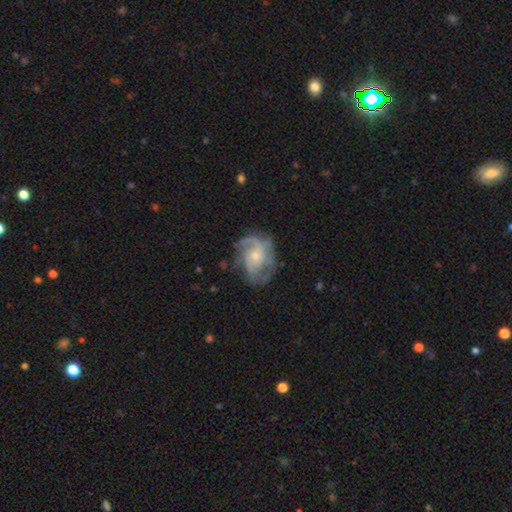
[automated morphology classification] A featured or disk galaxy (82%) with no bar (69%), 2 (38%) medium (47%) spiral arms (93%) and a small central bulge (53%). Merging: none (64%).